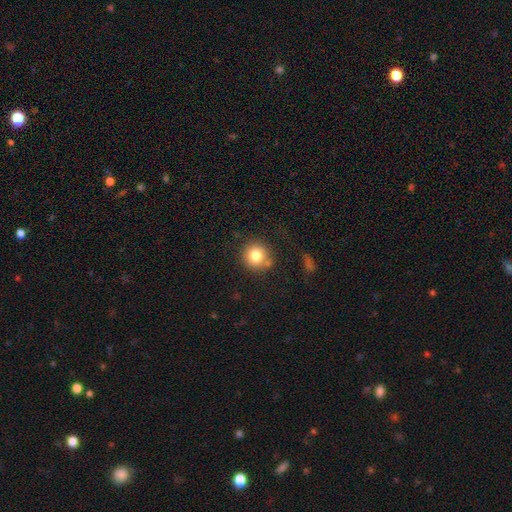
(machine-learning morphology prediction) Smooth or featured? smooth (81%)
How rounded? round (93%)
Merging? none (78%)